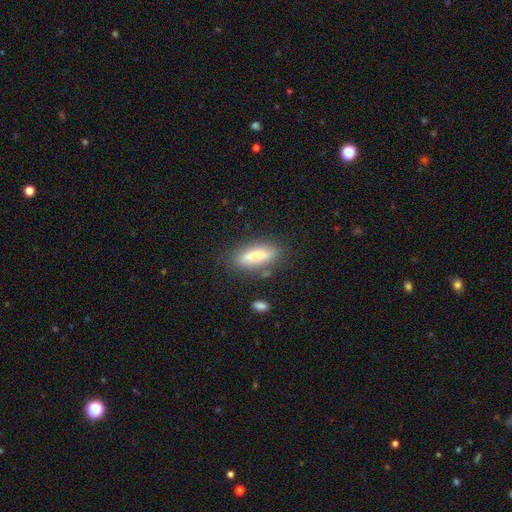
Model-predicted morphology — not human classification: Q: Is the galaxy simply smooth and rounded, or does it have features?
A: smooth — 75%.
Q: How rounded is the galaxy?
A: in between — 61%.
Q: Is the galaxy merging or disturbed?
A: none — 71%.